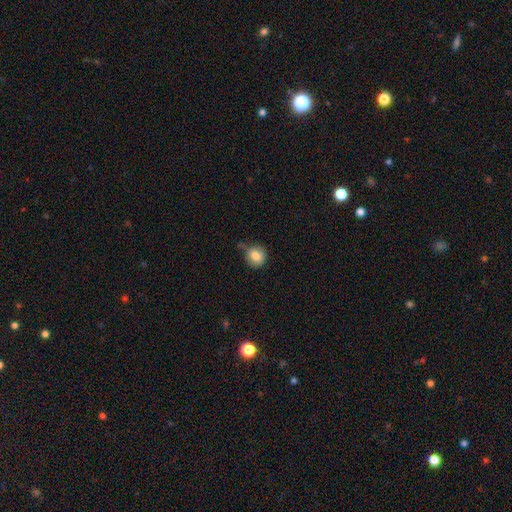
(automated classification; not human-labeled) A smooth galaxy with no disk features (82%) that is round (85%).

Vote fractions:
- Smooth or featured? smooth: 82% / star or artifact: 9% / featured or disk: 9%
- How rounded? round: 85% / in between: 14% / cigar-shaped: 1%
- Merging? none: 61% / minor disturbance: 27% / major disturbance: 8% / merger: 5%